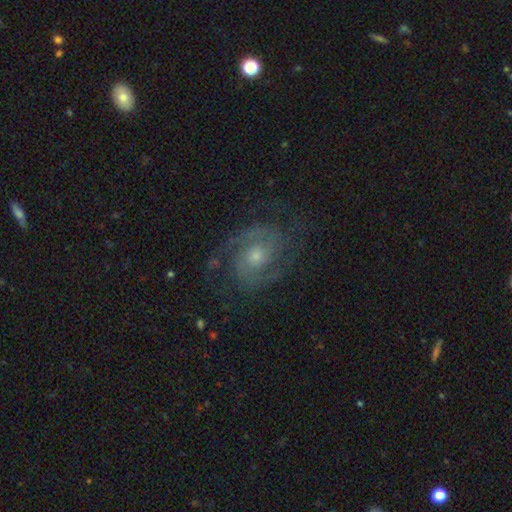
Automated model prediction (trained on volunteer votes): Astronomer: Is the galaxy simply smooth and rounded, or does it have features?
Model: featured or disk — 85%.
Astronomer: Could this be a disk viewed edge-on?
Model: no — 98%.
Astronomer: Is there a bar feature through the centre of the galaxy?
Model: no — 62%.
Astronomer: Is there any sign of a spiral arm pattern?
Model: yes — 97%.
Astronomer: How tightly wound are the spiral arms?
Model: medium — 50% (runner-up: tight, 39%).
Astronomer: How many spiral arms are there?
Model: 2 — 83%.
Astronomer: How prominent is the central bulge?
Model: moderate — 53% (runner-up: small, 39%).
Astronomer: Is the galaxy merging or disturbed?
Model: none — 77%.